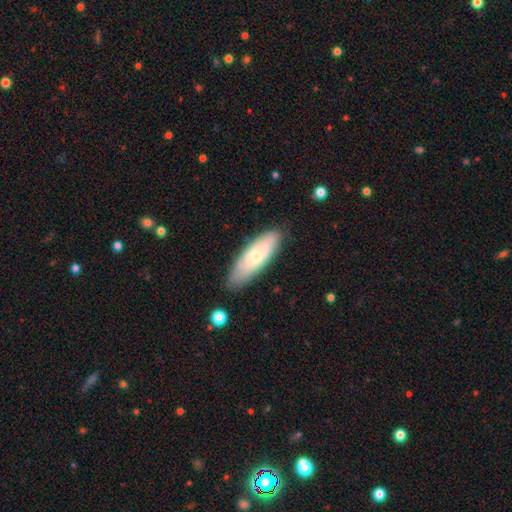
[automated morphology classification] smooth 60%, featured or disk 34%, star or artifact 6%. Down the decision tree: how rounded — in between (57%); merging — none (80%).